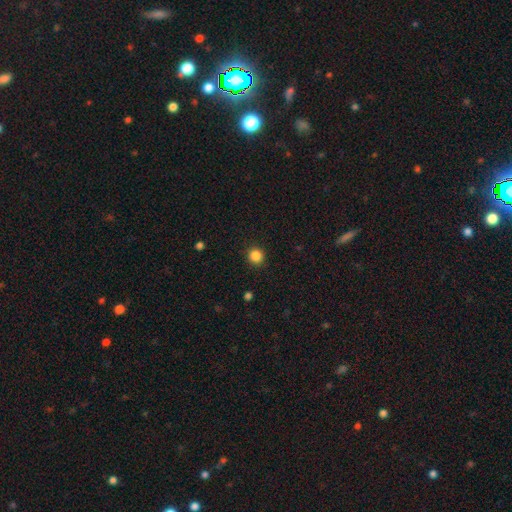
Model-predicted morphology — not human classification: smooth 86%, star or artifact 11%, featured or disk 3%. Down the decision tree: how rounded — round (94%); merging — none (91%).